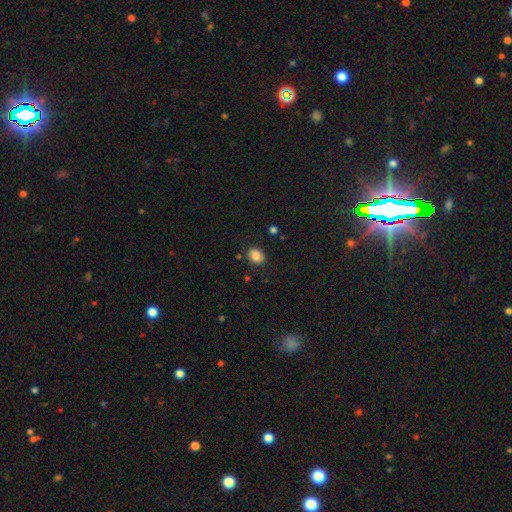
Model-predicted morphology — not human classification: smooth-or-featured: smooth: 84% | star or artifact: 10% | featured or disk: 6%
  how-rounded: round: 51% | in between: 48% | cigar-shaped: 1%
  merging: none: 84% | minor disturbance: 11% | major disturbance: 3% | merger: 2%